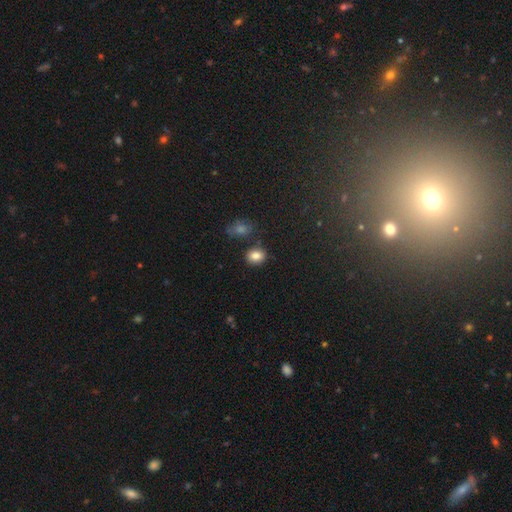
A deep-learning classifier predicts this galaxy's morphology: smooth 84%, star or artifact 10%, featured or disk 6%. Down the decision tree: how rounded — round (54%); merging — none (78%).